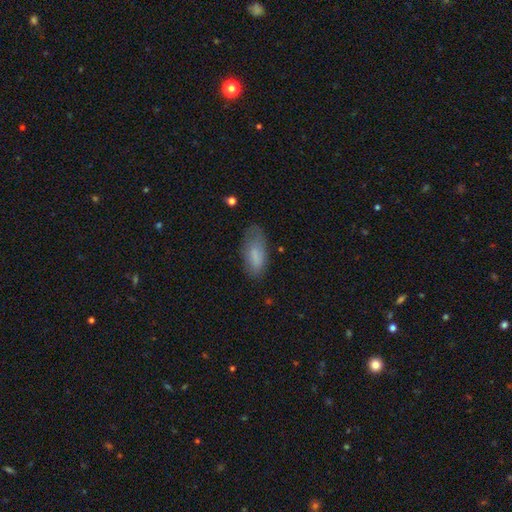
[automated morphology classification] Overall: smooth (80%). How rounded: in between (85%). Merging: none (64%; minor disturbance 26%).